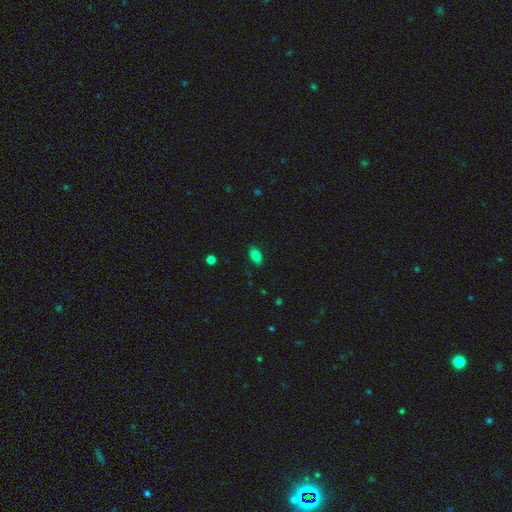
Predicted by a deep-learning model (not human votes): This is clearly a smooth galaxy (83%). How rounded: clearly in between (89%). Merging: clearly none (87%).